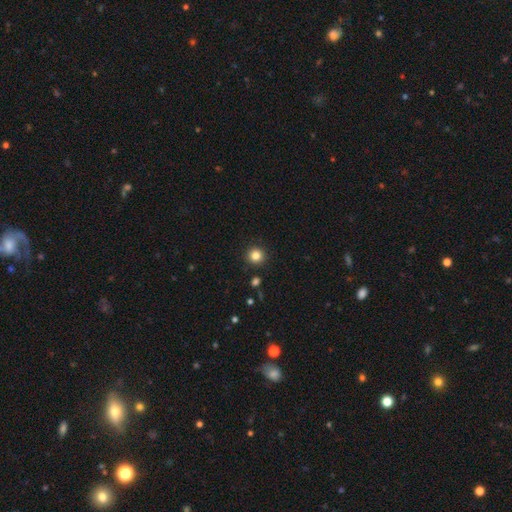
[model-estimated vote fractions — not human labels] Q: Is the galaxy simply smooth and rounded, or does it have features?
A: smooth — 84%.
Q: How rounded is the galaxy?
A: round — 94%.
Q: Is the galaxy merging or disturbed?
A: none — 92%.